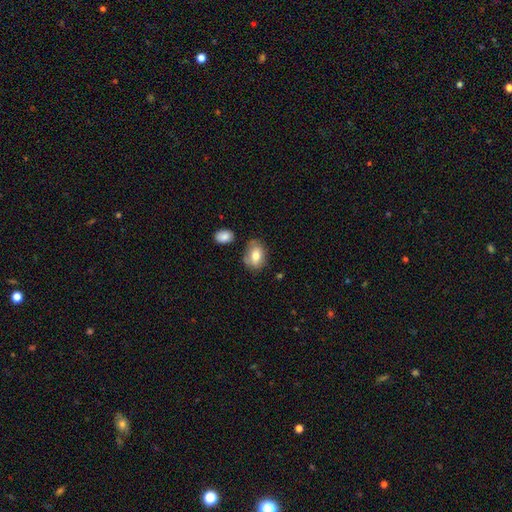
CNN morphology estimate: Smooth or featured?
  - smooth: 76% *
  - featured or disk: 16%
  - star or artifact: 8%
How rounded?
  - in between: 73% *
  - round: 25%
  - cigar-shaped: 1%
Merging?
  - none: 66% *
  - minor disturbance: 23%
  - major disturbance: 6%
  - merger: 5%